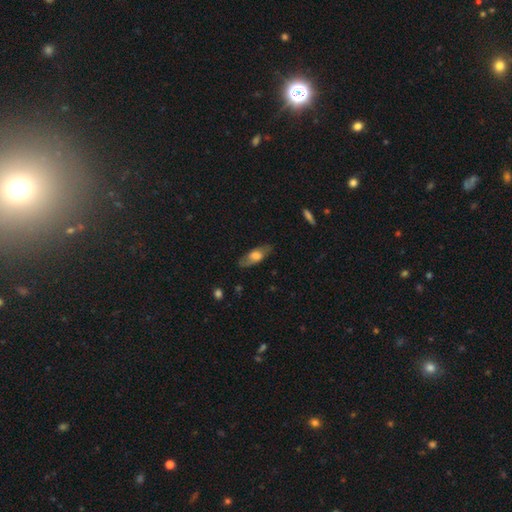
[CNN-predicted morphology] Overall: smooth (55%; featured or disk 38%). How rounded: in between (73%). Merging: none (79%).